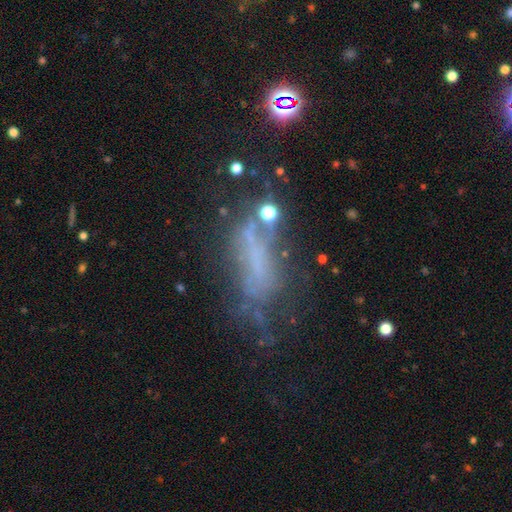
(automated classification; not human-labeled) Smooth or featured: featured or disk — 44% (smooth — 31%)
Merging: none — 37% (major disturbance — 31%)